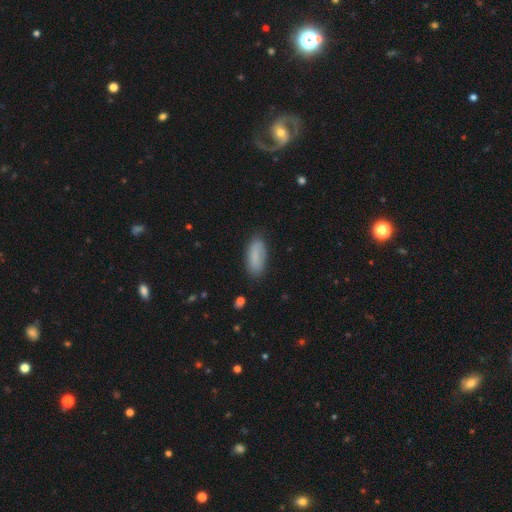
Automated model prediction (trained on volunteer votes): smooth_or_featured: smooth (p=0.81) [alt: featured or disk p=0.12]
how_rounded: in between (p=0.79) [alt: cigar-shaped p=0.19]
merging: none (p=0.78) [alt: minor disturbance p=0.17]